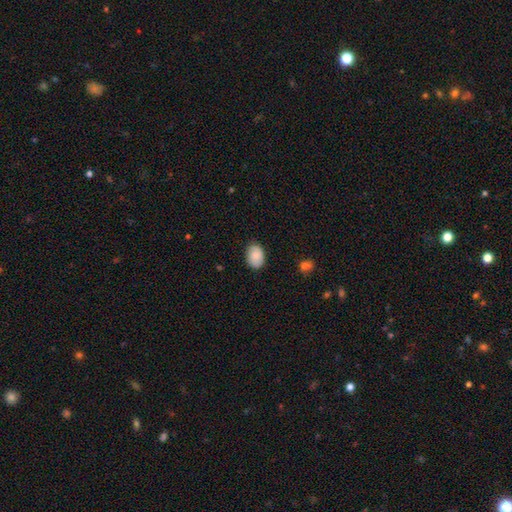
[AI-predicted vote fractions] A smooth galaxy with no disk features (83%) that is in between round and cigar-shaped (83%). Merging: none (82%).